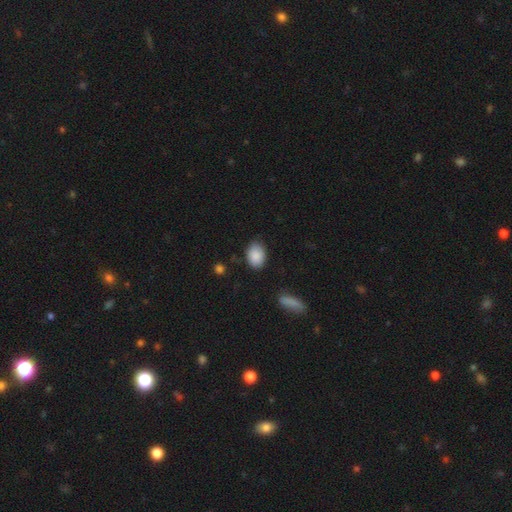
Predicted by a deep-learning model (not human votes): Smooth or featured: smooth — 88% (star or artifact — 7%)
How rounded: in between — 82% (round — 16%)
Merging: none — 78% (minor disturbance — 16%)